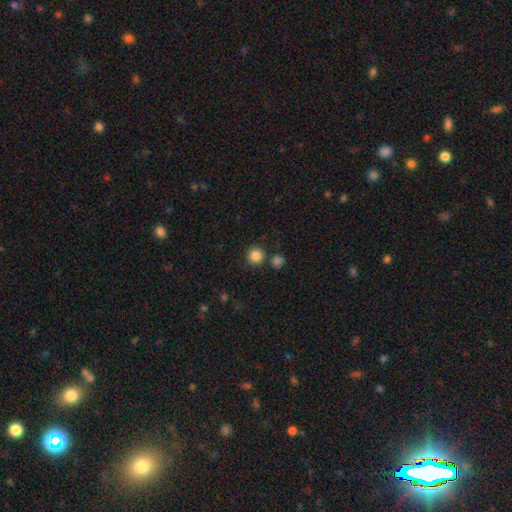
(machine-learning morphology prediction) Overall: smooth (85%). How rounded: round (94%). Merging: none (83%).